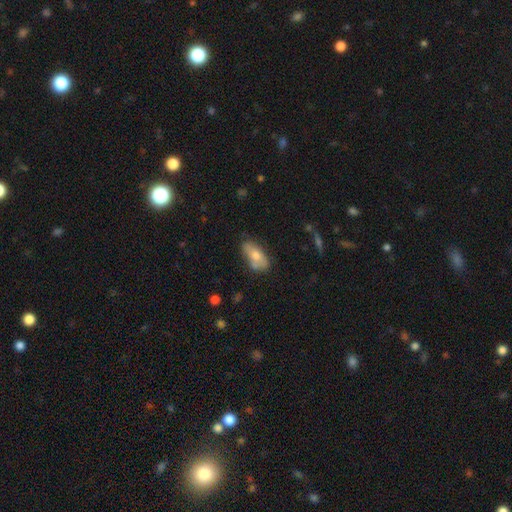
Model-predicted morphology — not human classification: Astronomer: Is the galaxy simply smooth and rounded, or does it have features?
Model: smooth — 65%.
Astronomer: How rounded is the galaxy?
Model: in between — 86%.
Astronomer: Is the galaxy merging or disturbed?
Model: none — 59%.